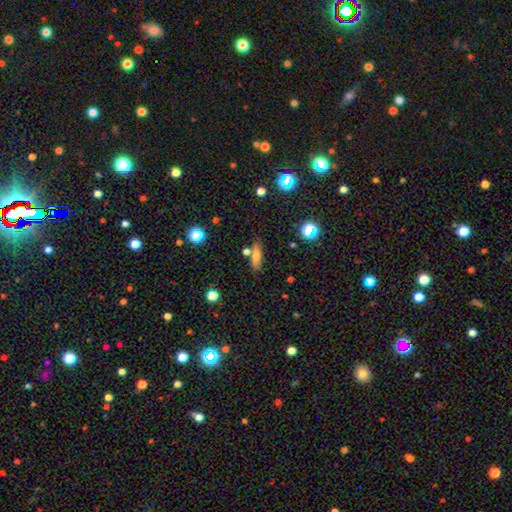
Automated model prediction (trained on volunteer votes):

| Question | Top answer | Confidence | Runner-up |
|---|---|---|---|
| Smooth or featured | smooth | 64% | featured or disk (25%) |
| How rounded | cigar-shaped | 59% | in between (37%) |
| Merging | none | 70% | minor disturbance (13%) |